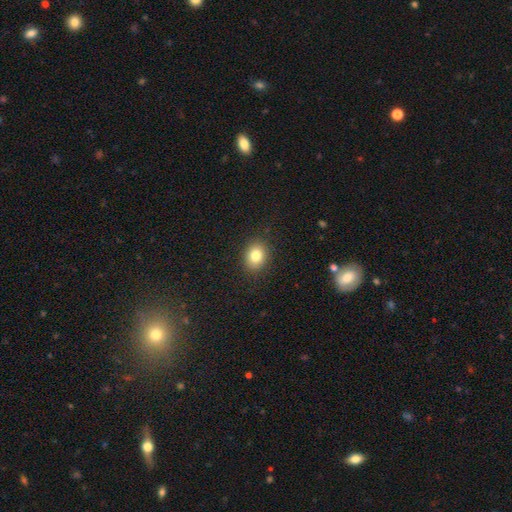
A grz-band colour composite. It shows a smooth galaxy with no disk features (76%) that is round (61%). Merging: none (86%).